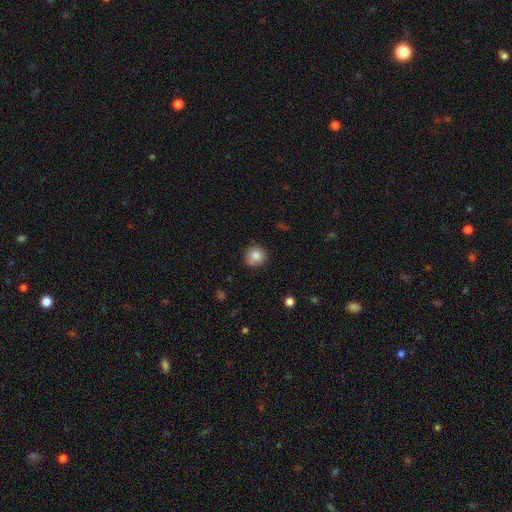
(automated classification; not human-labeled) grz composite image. It shows a smooth galaxy with no disk features (83%) that is round (89%). Merging: none (82%).